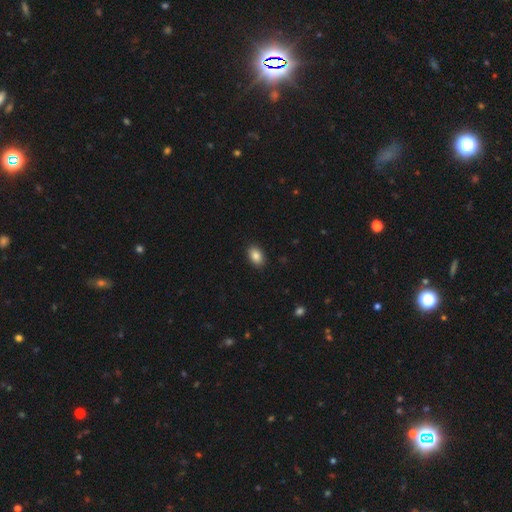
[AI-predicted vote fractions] A smooth galaxy with no disk features (87%) that is in between round and cigar-shaped (87%). Merging: none (90%).